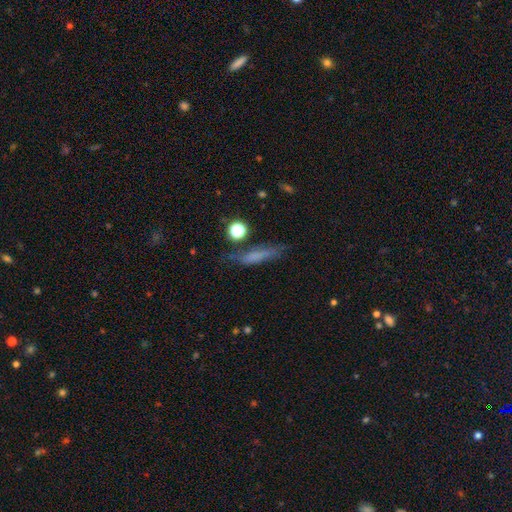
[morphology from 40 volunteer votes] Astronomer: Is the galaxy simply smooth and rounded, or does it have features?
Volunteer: smooth — 68%.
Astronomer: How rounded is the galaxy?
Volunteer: cigar-shaped — 74%.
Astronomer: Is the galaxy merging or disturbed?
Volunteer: none — 58%.